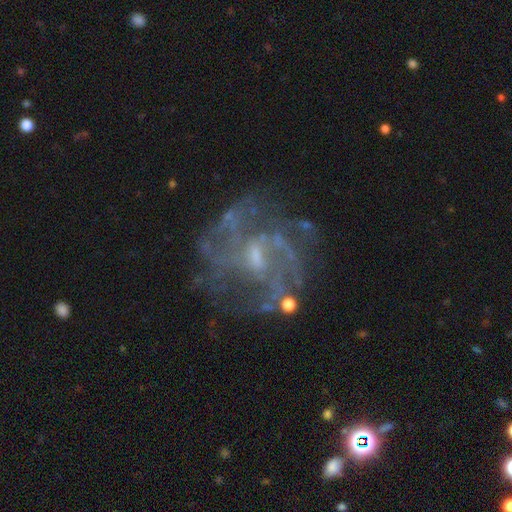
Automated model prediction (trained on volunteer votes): Smooth or featured: featured or disk — 84% (star or artifact — 10%)
Edge-on disk: no — 98% (yes — 2%)
Bar: weak — 56% (no — 31%)
Spiral arms: yes — 85% (no — 15%)
Spiral winding: medium — 47% (tight — 29%)
Spiral arm count: can't tell — 35% (3 — 19%)
Bulge size: small — 52% (moderate — 28%)
Merging: none — 61% (major disturbance — 19%)